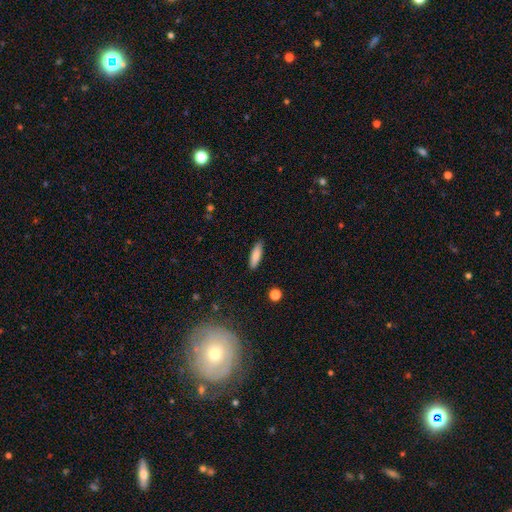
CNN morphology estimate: type=smooth (83%); roundness=cigar-shaped (56%); merging=none (88%).